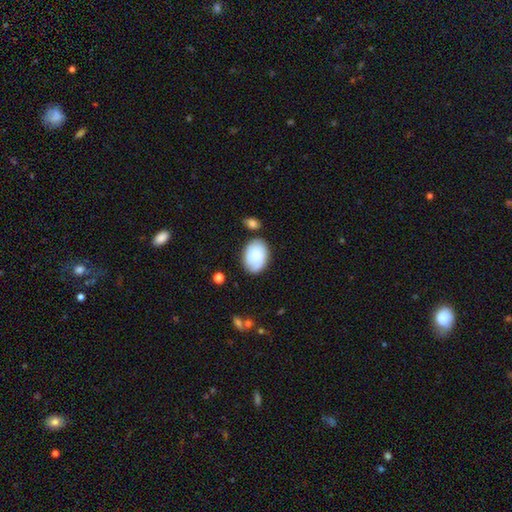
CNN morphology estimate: Overall: smooth (75%). How rounded: in between (84%). Merging: none (70%).